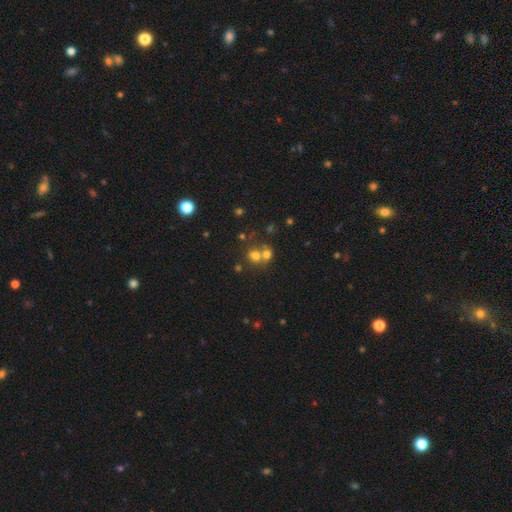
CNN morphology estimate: Overall: smooth (66%). How rounded: round (73%). Merging: merger (54%; none 36%).